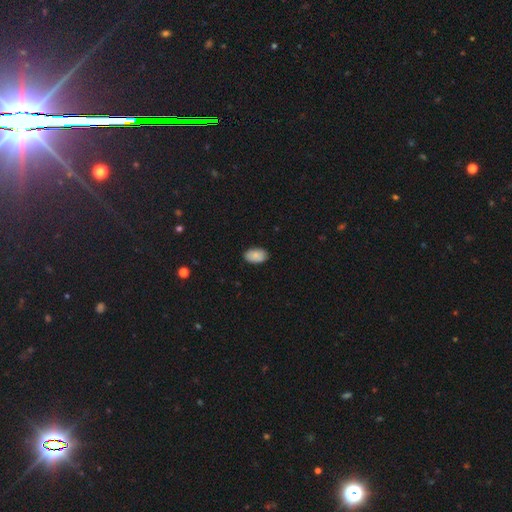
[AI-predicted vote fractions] Smooth or featured: smooth — 87% (star or artifact — 7%)
How rounded: in between — 94% (round — 5%)
Merging: none — 87% (minor disturbance — 10%)